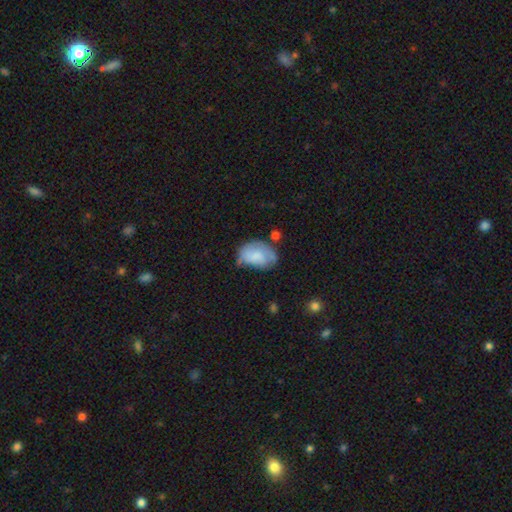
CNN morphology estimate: A smooth galaxy with no disk features (66%) that is in between round and cigar-shaped (86%). Merging: none (41%).